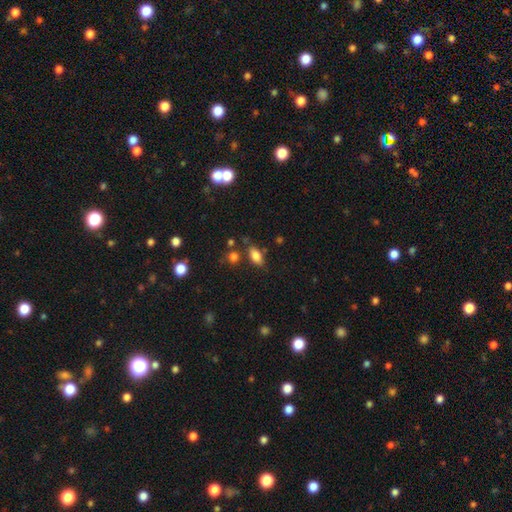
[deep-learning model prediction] smooth 82%, star or artifact 10%, featured or disk 8%. Down the decision tree: how rounded — in between (86%); merging — none (73%).